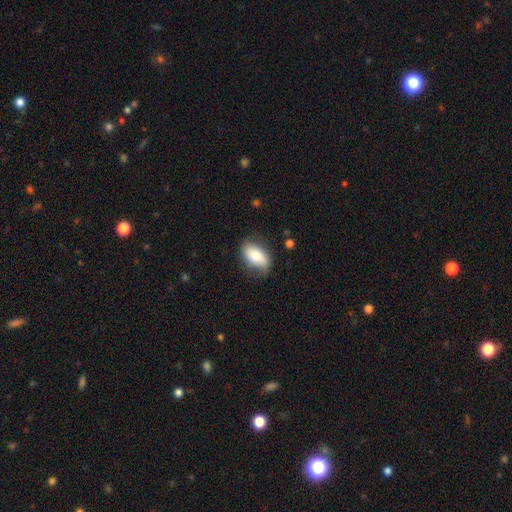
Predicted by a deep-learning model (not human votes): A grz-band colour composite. It shows a smooth galaxy with no disk features (71%) that is in between round and cigar-shaped (91%). Merging: none (72%).